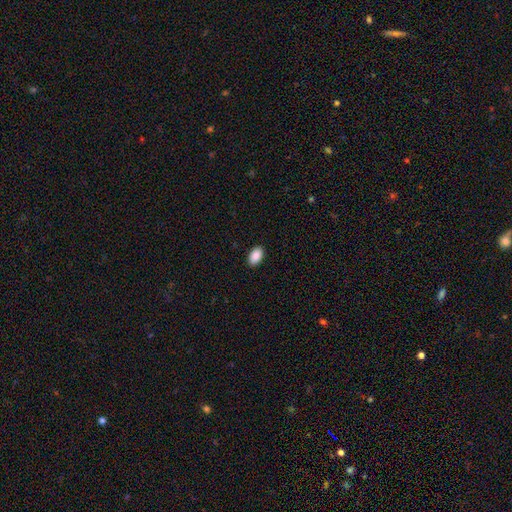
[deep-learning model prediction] smooth-or-featured: smooth: 90% | star or artifact: 7% | featured or disk: 3%
  how-rounded: in between: 94% | round: 5% | cigar-shaped: 1%
  merging: none: 90% | minor disturbance: 7% | major disturbance: 2% | merger: 1%